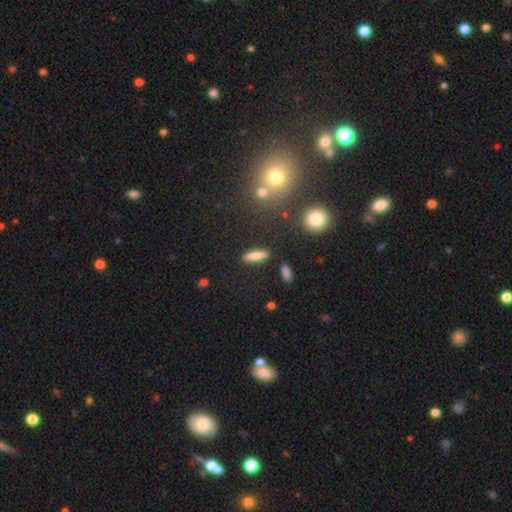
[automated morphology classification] Smooth or featured? smooth (73%)
How rounded? cigar-shaped (66%)
Merging? none (88%)